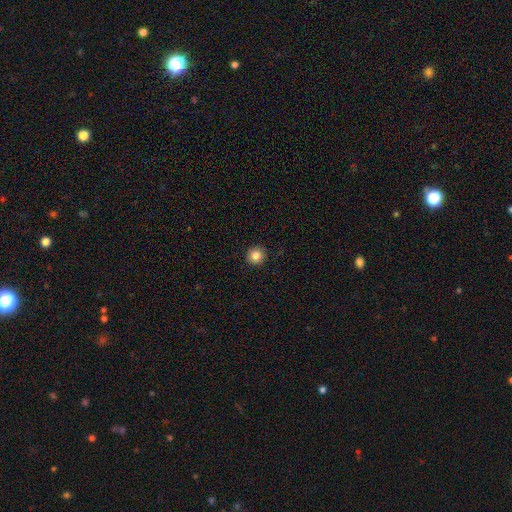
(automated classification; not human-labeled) Smooth or featured?
  - smooth: 85% *
  - star or artifact: 10%
  - featured or disk: 5%
How rounded?
  - round: 94% *
  - in between: 5%
  - cigar-shaped: 1%
Merging?
  - none: 92% *
  - minor disturbance: 5%
  - major disturbance: 2%
  - merger: 1%